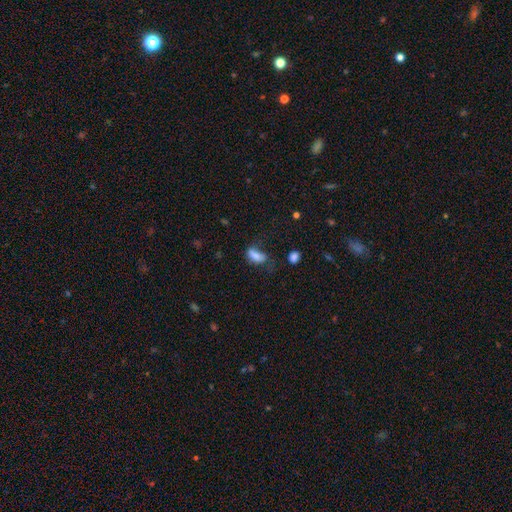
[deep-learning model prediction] Smooth or featured? Predicted: smooth (p=0.75). How rounded? Predicted: in between (p=0.87). Merging? Predicted: none (p=0.31).